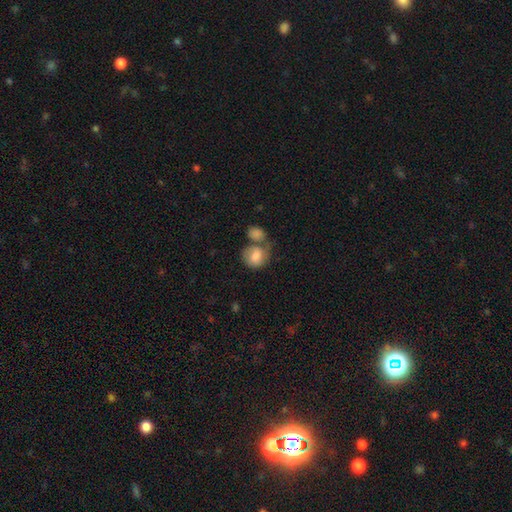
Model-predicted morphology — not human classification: Q: Smooth or featured?
A: smooth (76%); runner-up: featured or disk (17%)
Q: How rounded?
A: round (58%); runner-up: in between (41%)
Q: Merging?
A: merger (45%); runner-up: none (29%)